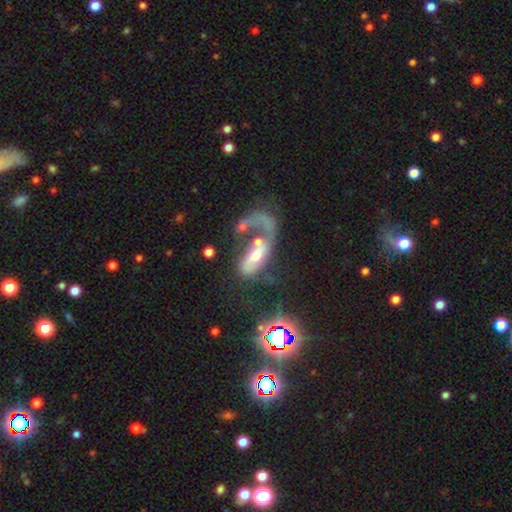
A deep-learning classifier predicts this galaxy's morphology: Smooth or featured? featured or disk (63%)
Edge-on disk? no (92%)
Bar? no (62%)
Spiral arms? yes (59%)
Bulge size? moderate (60%)
Merging? major disturbance (40%)